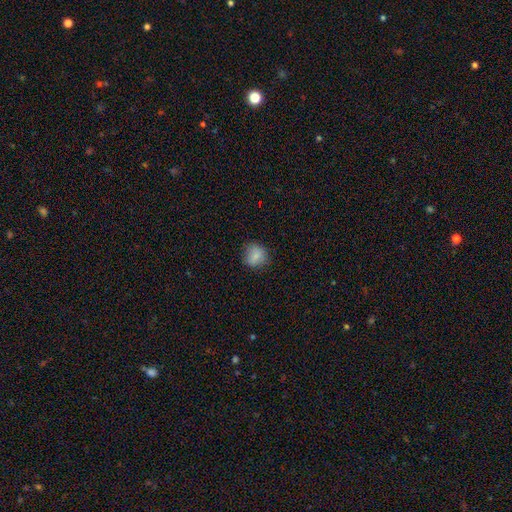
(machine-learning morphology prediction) smooth 80%, star or artifact 10%, featured or disk 10%. Down the decision tree: how rounded — round (81%); merging — none (80%).